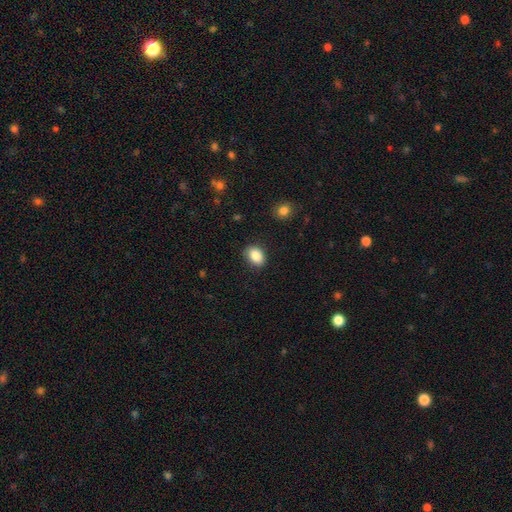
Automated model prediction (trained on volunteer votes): This appears to be a smooth galaxy with no disk features (87%) that is in between round and cigar-shaped (74%). Merging: none (86%).